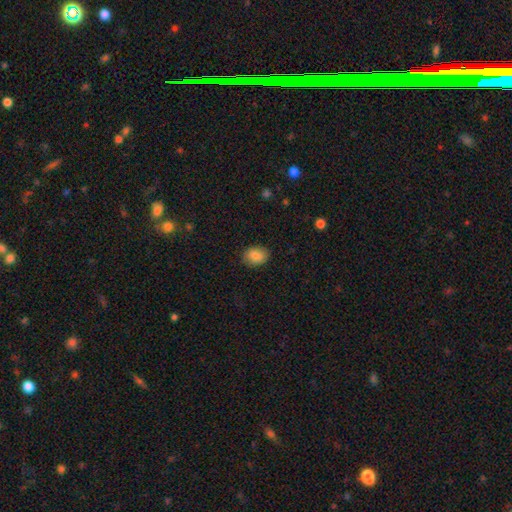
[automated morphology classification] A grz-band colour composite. It shows a smooth galaxy with no disk features (87%) that is in between round and cigar-shaped (71%). Merging: none (86%).